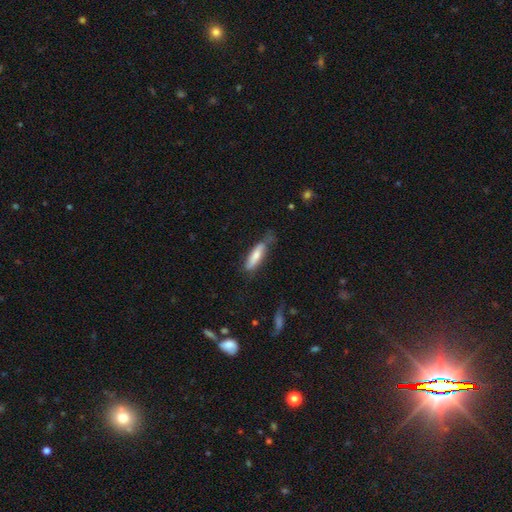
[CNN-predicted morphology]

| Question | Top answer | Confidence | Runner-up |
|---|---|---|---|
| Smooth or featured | smooth | 70% | featured or disk (24%) |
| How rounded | cigar-shaped | 65% | in between (33%) |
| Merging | none | 48% | minor disturbance (34%) |